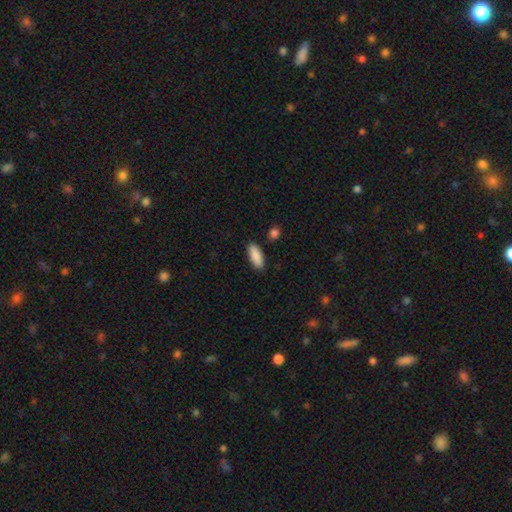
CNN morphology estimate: This appears to be a smooth galaxy with no disk features (90%) that is in between round and cigar-shaped (77%). Merging: none (87%).